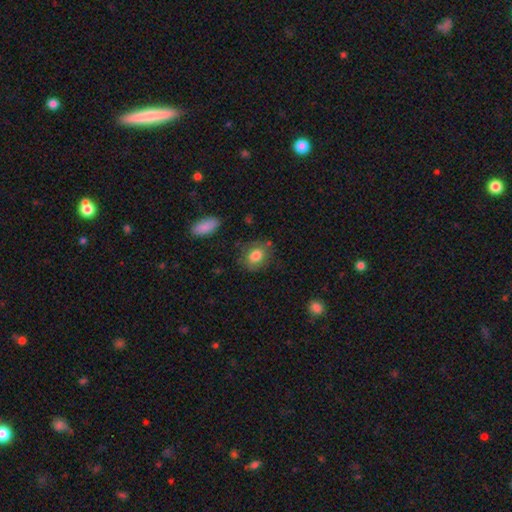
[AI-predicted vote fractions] smooth_or_featured: smooth (p=0.80) [alt: featured or disk p=0.12]
how_rounded: in between (p=0.58) [alt: round p=0.40]
merging: none (p=0.74) [alt: minor disturbance p=0.18]